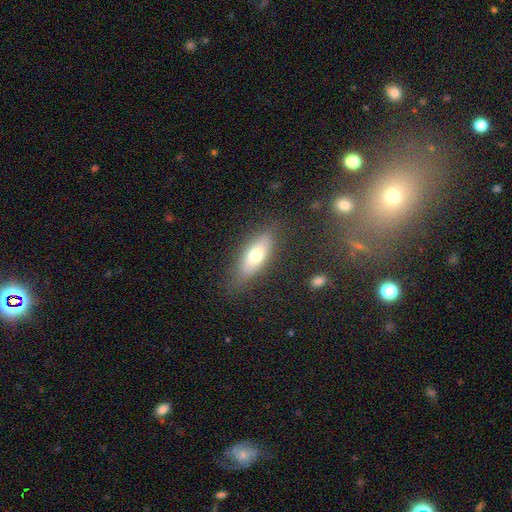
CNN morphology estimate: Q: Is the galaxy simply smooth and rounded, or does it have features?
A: smooth — 65%.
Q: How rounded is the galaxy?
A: in between — 65%.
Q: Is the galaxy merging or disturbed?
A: none — 80%.